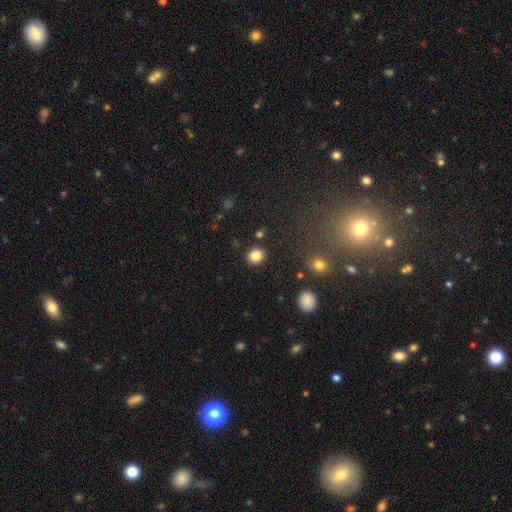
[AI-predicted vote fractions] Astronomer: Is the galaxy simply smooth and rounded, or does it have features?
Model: smooth — 85%.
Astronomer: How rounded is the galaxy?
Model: round — 80%.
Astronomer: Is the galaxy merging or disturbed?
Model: none — 89%.